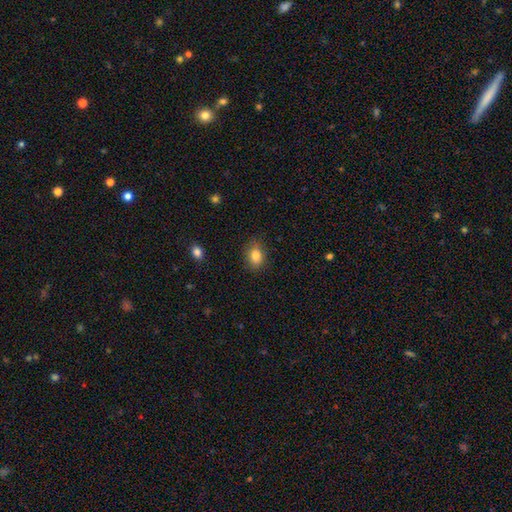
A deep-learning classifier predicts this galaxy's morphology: smooth-or-featured: smooth: 84% | star or artifact: 9% | featured or disk: 7%
  how-rounded: in between: 70% | round: 28% | cigar-shaped: 1%
  merging: none: 81% | minor disturbance: 15% | major disturbance: 3% | merger: 1%